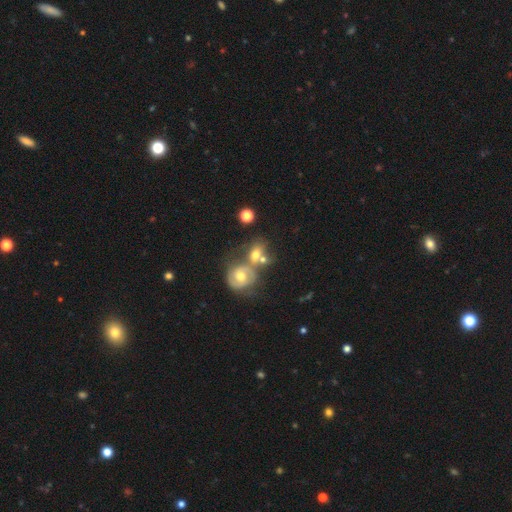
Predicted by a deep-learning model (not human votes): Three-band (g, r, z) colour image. It shows a featured or disk galaxy (45%). Merging: merger (47%).